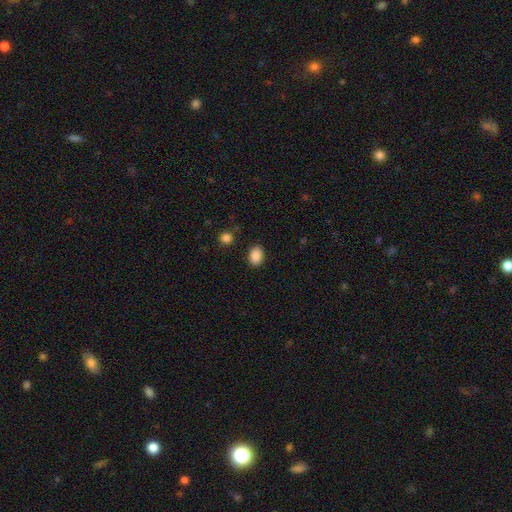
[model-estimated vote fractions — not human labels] Overall: smooth (88%). How rounded: in between (73%). Merging: none (87%).